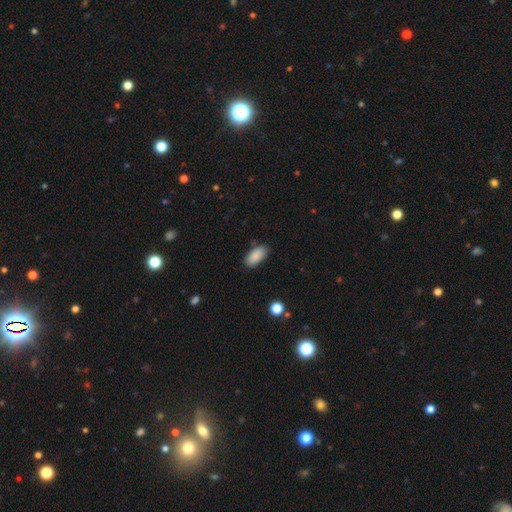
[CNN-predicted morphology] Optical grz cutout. It shows a smooth galaxy with no disk features (89%) that is in between round and cigar-shaped (91%). Merging: none (83%).